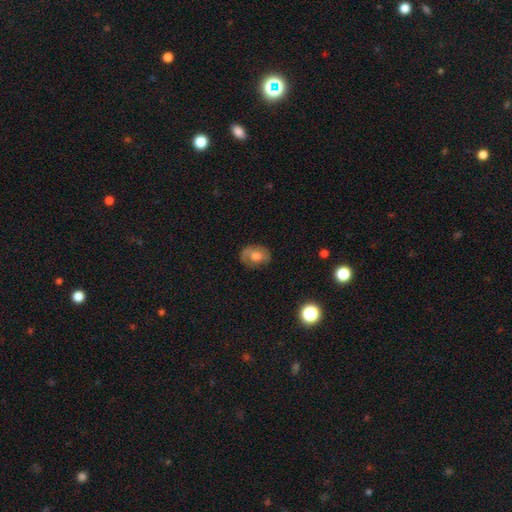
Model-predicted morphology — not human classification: Smooth or featured?
  - smooth: 56% *
  - featured or disk: 33%
  - star or artifact: 11%
How rounded?
  - in between: 66% *
  - round: 33%
  - cigar-shaped: 1%
Merging?
  - none: 58% *
  - minor disturbance: 26%
  - major disturbance: 13%
  - merger: 2%